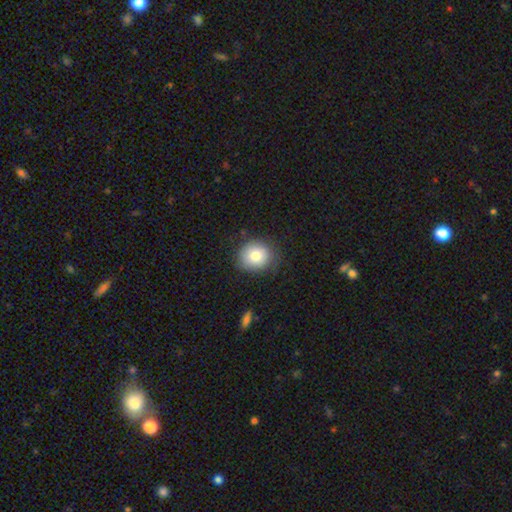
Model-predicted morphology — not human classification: Smooth or featured? smooth (81%)
How rounded? round (83%)
Merging? none (77%)